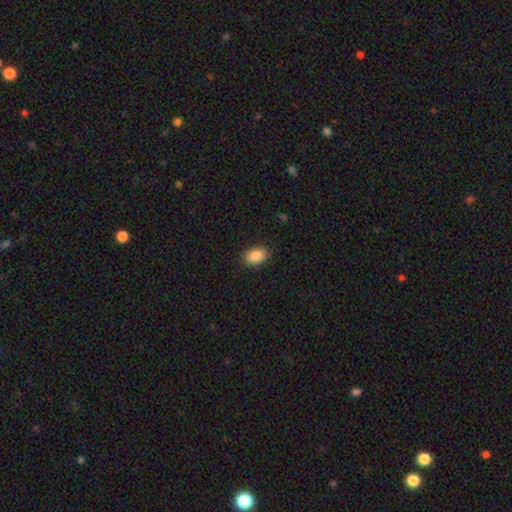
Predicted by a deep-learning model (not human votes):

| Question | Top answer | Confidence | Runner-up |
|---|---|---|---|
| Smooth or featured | smooth | 88% | star or artifact (7%) |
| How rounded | in between | 89% | round (9%) |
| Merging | none | 87% | minor disturbance (10%) |